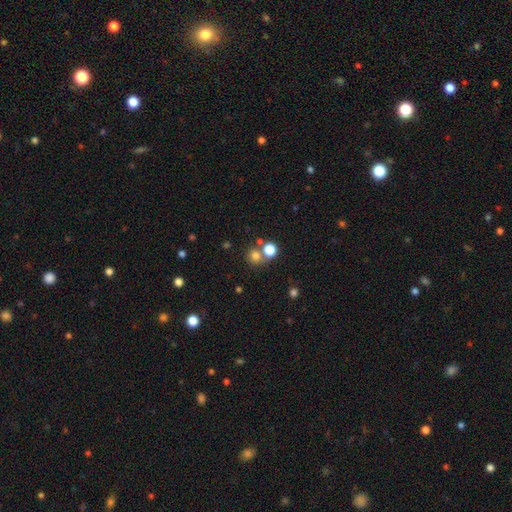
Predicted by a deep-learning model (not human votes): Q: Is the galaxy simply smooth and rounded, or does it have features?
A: smooth — 75%.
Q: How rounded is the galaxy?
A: round — 87%.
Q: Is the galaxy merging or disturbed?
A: none — 59%.